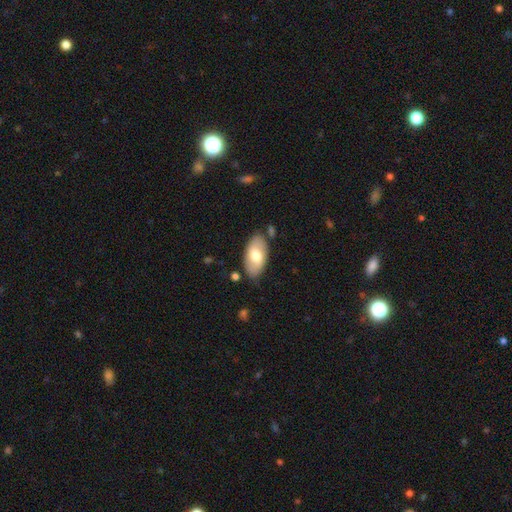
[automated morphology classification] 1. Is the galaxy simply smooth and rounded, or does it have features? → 68% smooth, 27% featured or disk, 5% star or artifact.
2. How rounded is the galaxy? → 94% in between, 3% cigar-shaped, 3% round.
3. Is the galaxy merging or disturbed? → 80% none, 13% minor disturbance, 3% merger, 3% major disturbance.